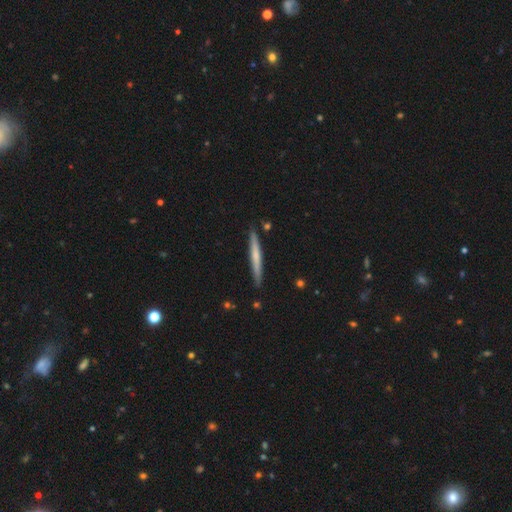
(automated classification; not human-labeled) The model was most divided on "smooth or featured": smooth: 53%, featured or disk: 41%, star or artifact: 5%. More confident: how rounded — cigar-shaped (97%); merging — none (89%).